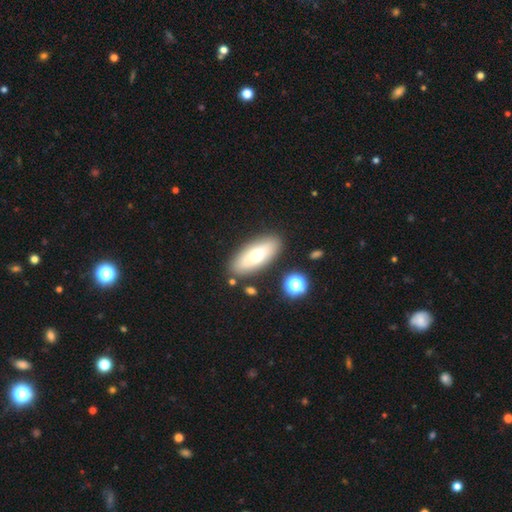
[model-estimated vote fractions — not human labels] The model was most divided on "smooth or featured": smooth: 62%, featured or disk: 31%, star or artifact: 7%. More confident: merging — none (84%); how rounded — in between (78%).